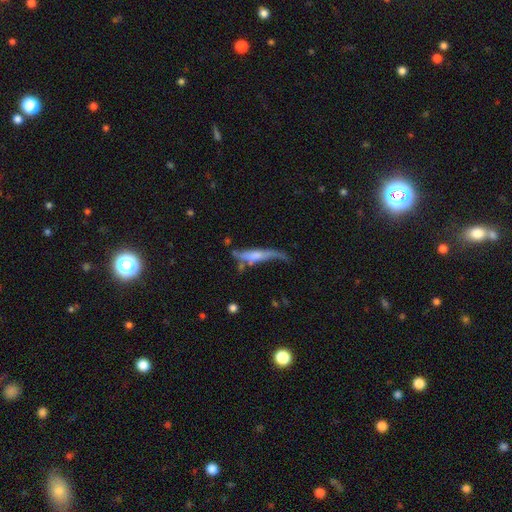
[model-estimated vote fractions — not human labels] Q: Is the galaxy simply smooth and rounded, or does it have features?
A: featured or disk — 52%.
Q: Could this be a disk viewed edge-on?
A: yes — 67%.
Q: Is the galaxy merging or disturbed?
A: none — 37%.